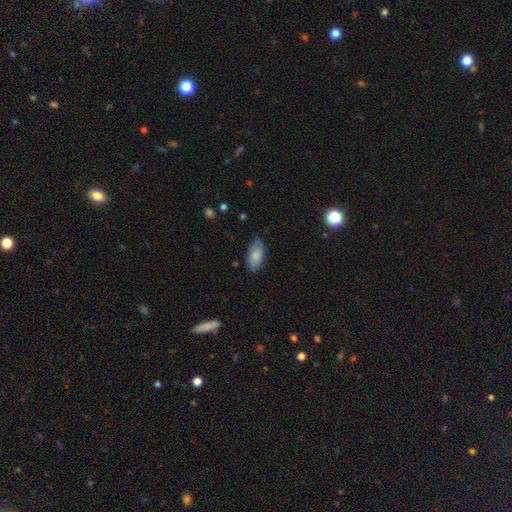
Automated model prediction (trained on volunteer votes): A smooth galaxy with no disk features (83%) that is in between round and cigar-shaped (91%). Merging: none (83%).